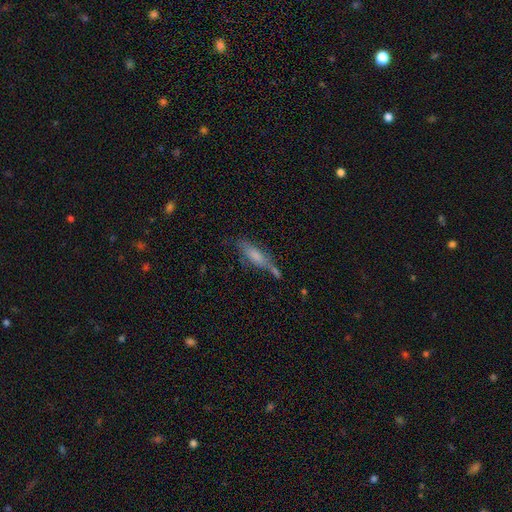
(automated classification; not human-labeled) The model was most divided on "how rounded": cigar-shaped: 53%, in between: 44%, round: 3%. Remaining: smooth or featured — smooth (62%); merging — none (46%).